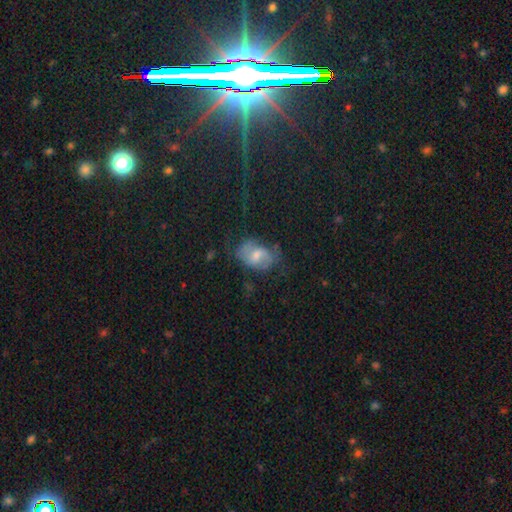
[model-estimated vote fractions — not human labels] Smooth or featured?
  - featured or disk: 50% *
  - smooth: 33%
  - star or artifact: 17%
Merging?
  - none: 61% *
  - minor disturbance: 24%
  - major disturbance: 13%
  - merger: 2%